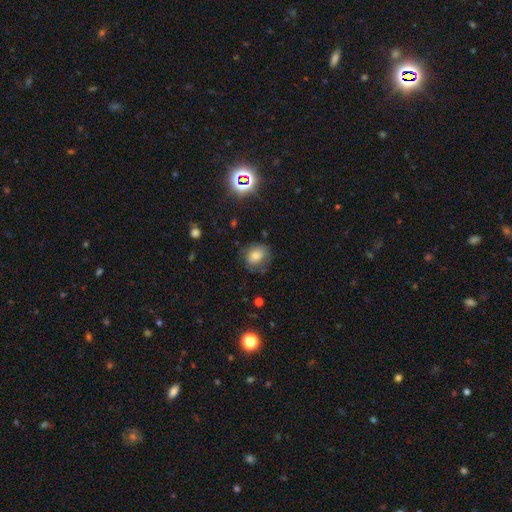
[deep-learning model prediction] Smooth or featured?
  - smooth: 71% *
  - featured or disk: 16%
  - star or artifact: 13%
How rounded?
  - round: 52% *
  - in between: 47%
  - cigar-shaped: 1%
Merging?
  - none: 67% *
  - minor disturbance: 21%
  - major disturbance: 10%
  - merger: 2%